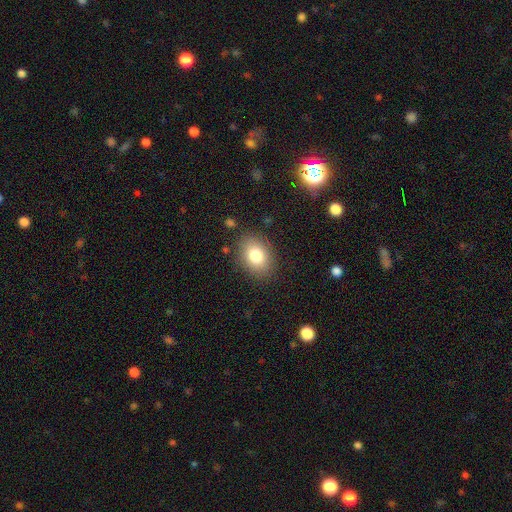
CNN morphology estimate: Smooth or featured?
  - smooth: 81% *
  - featured or disk: 10%
  - star or artifact: 9%
How rounded?
  - in between: 71% *
  - round: 28%
  - cigar-shaped: 1%
Merging?
  - none: 84% *
  - minor disturbance: 11%
  - major disturbance: 3%
  - merger: 2%